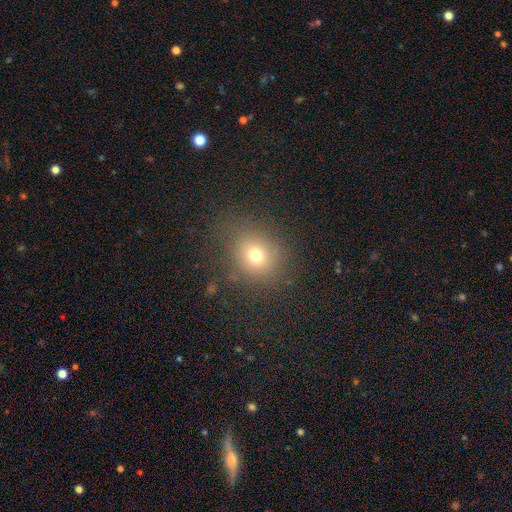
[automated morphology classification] The model was most divided on "how rounded": round: 74%, in between: 25%, cigar-shaped: 1%. More confident: merging — none (76%); smooth or featured — smooth (71%).